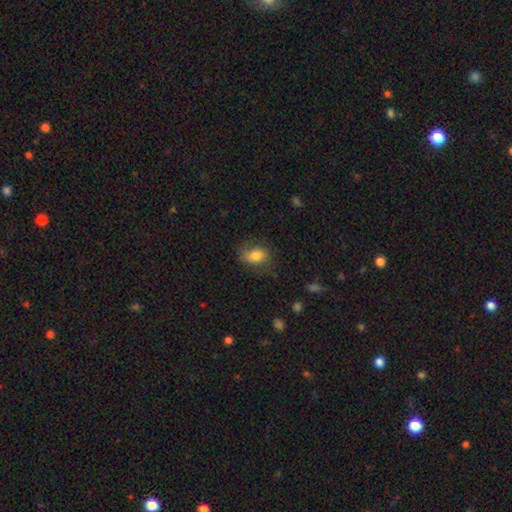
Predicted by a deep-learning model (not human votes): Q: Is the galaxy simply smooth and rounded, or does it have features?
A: smooth — 73%.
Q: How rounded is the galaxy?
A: in between — 81%.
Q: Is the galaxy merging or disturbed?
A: none — 65%.